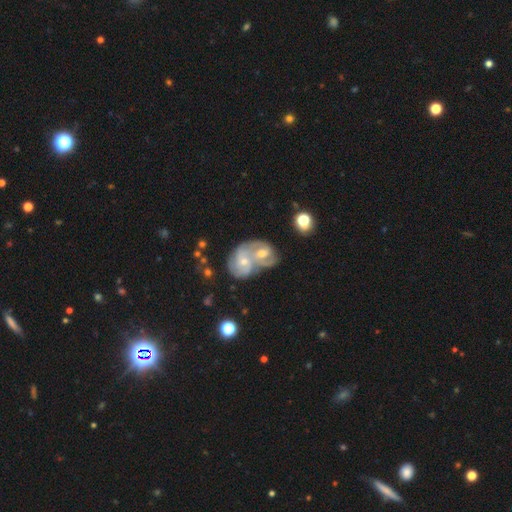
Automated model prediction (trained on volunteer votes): featured or disk 71%, smooth 20%, star or artifact 9%. Down the decision tree: edge-on disk — no (96%); bar — no (61%); spiral arms — yes (83%); spiral arm count — 2 (40%); spiral winding — tight (53%); bulge size — small (50%); merging — merger (64%).